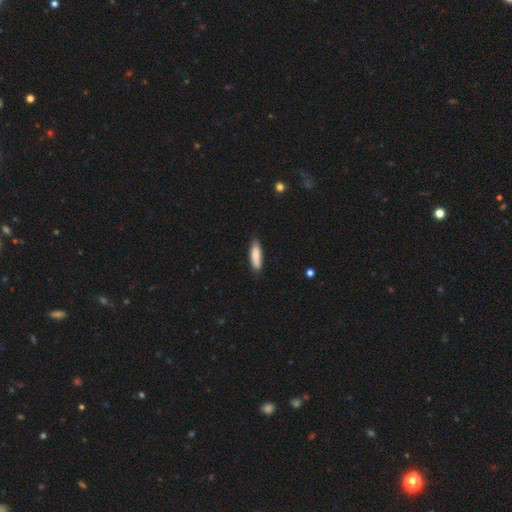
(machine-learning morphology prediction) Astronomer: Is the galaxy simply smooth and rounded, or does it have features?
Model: smooth — 82%.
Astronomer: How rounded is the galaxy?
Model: cigar-shaped — 55% (runner-up: in between, 43%).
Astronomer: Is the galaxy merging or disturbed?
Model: none — 75%.